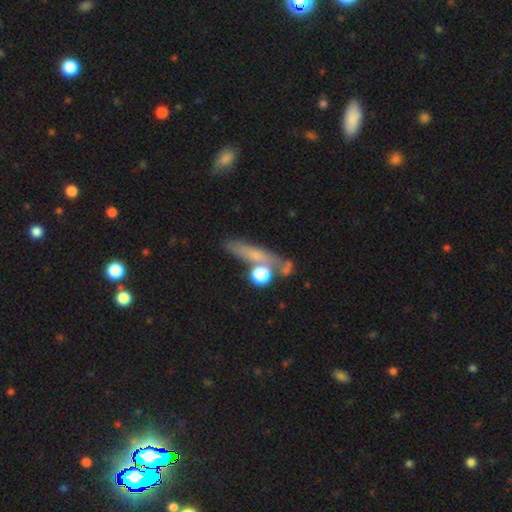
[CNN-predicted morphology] The model was most divided on "smooth or featured": smooth: 55%, featured or disk: 30%, star or artifact: 15%. More confident: how rounded — cigar-shaped (61%); merging — none (59%).